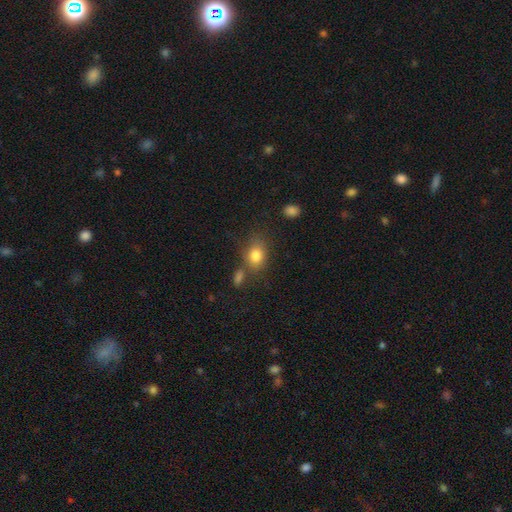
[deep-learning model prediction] smooth 80%, star or artifact 11%, featured or disk 10%. Down the decision tree: how rounded — in between (62%); merging — none (62%).